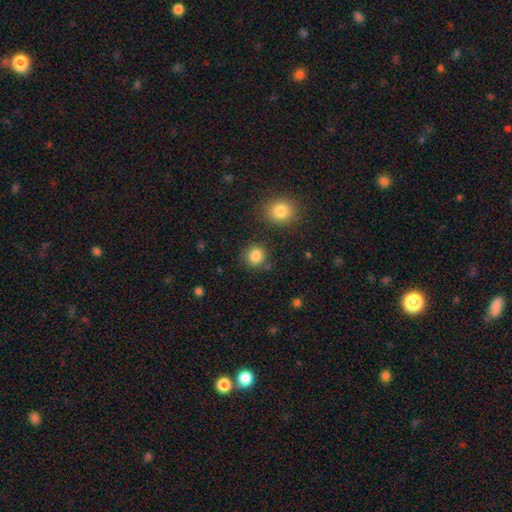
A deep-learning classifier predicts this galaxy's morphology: The model was most divided on "smooth or featured": smooth: 85%, star or artifact: 11%, featured or disk: 4%. More confident: how rounded — round (89%); merging — none (84%).